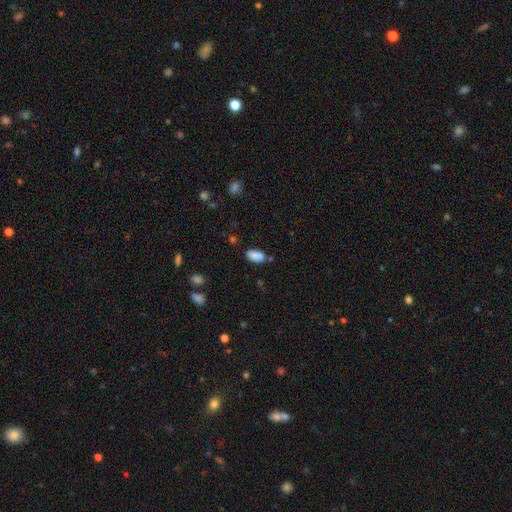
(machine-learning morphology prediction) Smooth or featured?
  - smooth: 84% *
  - star or artifact: 8%
  - featured or disk: 7%
How rounded?
  - in between: 93% *
  - round: 4%
  - cigar-shaped: 2%
Merging?
  - none: 71% *
  - minor disturbance: 17%
  - merger: 9%
  - major disturbance: 4%